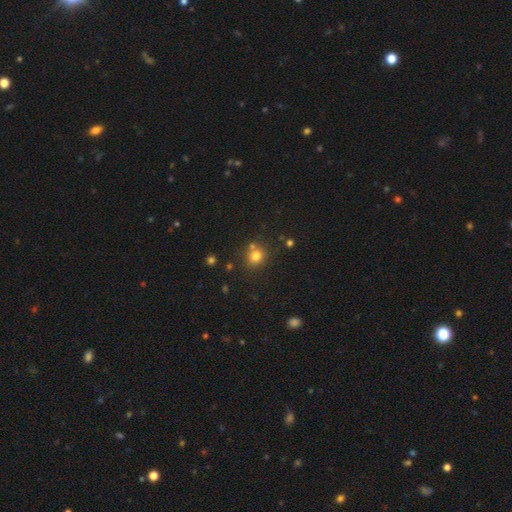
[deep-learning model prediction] A smooth galaxy with no disk features (76%) that is round (80%). Merging: none (70%).